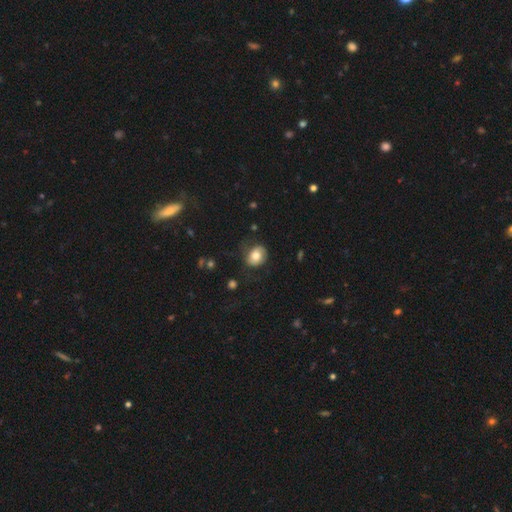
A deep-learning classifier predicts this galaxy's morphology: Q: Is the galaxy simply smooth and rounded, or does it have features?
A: smooth — 74%.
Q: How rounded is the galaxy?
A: in between — 50%, tied with round.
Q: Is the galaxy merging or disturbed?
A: none — 65%.